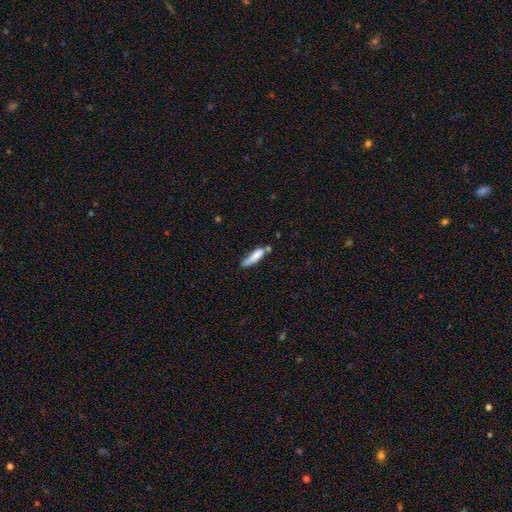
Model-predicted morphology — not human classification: Smooth or featured? Predicted: smooth (p=0.73). How rounded? Predicted: cigar-shaped (p=0.71). Merging? Predicted: none (p=0.44).